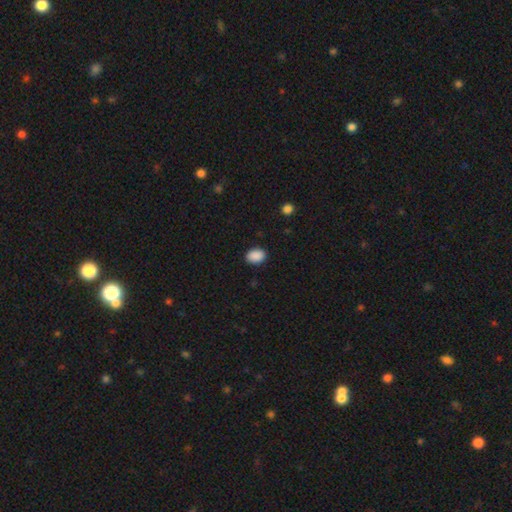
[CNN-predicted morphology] This appears to be a smooth galaxy with no disk features (90%) that is in between round and cigar-shaped (74%). Merging: none (89%).